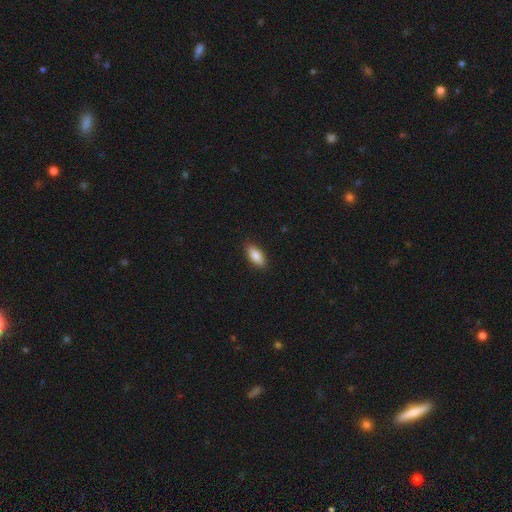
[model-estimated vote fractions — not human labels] smooth-or-featured: smooth: 85% | featured or disk: 9% | star or artifact: 6%
  how-rounded: in between: 85% | cigar-shaped: 13% | round: 2%
  merging: none: 88% | minor disturbance: 9% | major disturbance: 2% | merger: 1%